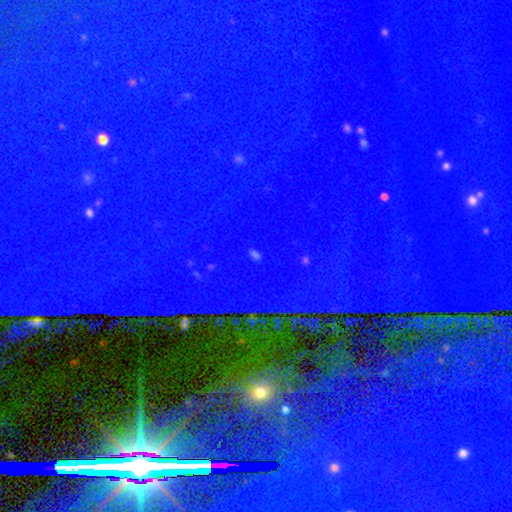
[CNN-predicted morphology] This appears to be a star or artifact, not a galaxy (88%).